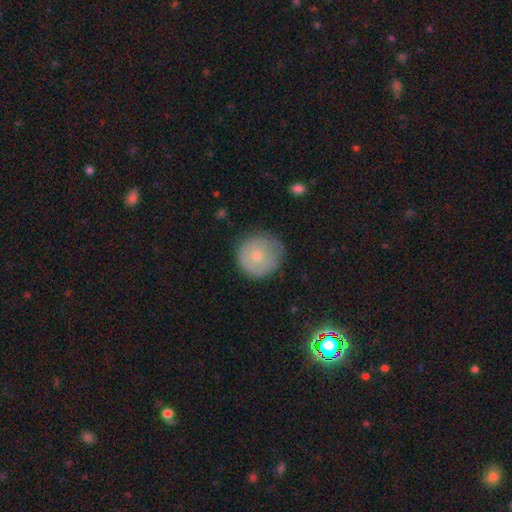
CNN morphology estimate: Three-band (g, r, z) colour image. It shows a smooth galaxy with no disk features (66%) that is round (95%). Merging: none (82%).